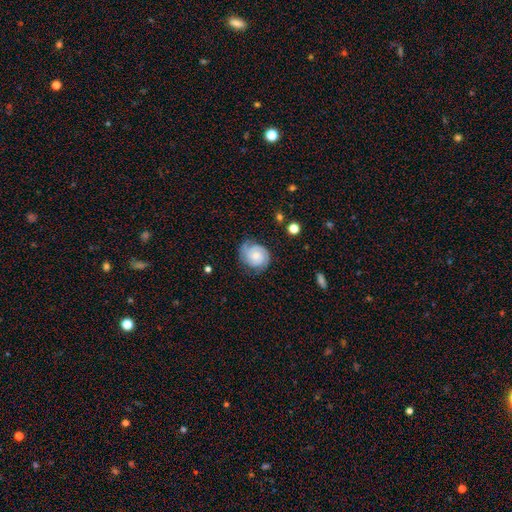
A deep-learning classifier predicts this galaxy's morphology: smooth_or_featured: featured or disk (p=0.79) [alt: smooth p=0.15]
disk_edge_on: no (p=0.98) [alt: yes p=0.02]
bar: no (p=0.65) [alt: weak p=0.30]
has_spiral_arms: yes (p=0.97) [alt: no p=0.03]
spiral_winding: tight (p=0.68) [alt: medium p=0.27]
spiral_arm_count: 2 (p=0.58) [alt: 3 p=0.20]
bulge_size: small (p=0.52) [alt: moderate p=0.35]
merging: none (p=0.74) [alt: minor disturbance p=0.18]